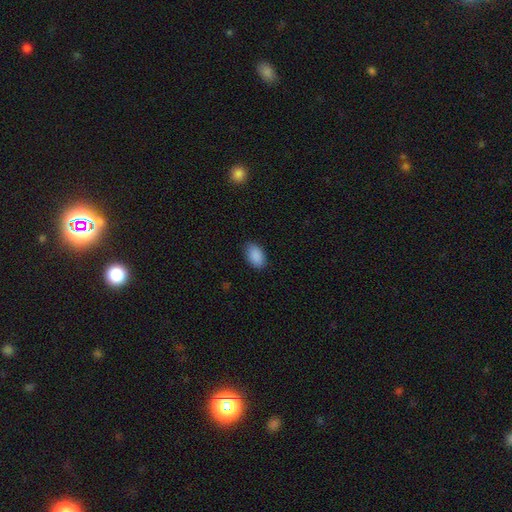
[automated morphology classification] smooth_or_featured: smooth (p=0.90) [alt: star or artifact p=0.07]
how_rounded: in between (p=0.92) [alt: round p=0.06]
merging: none (p=0.86) [alt: minor disturbance p=0.11]